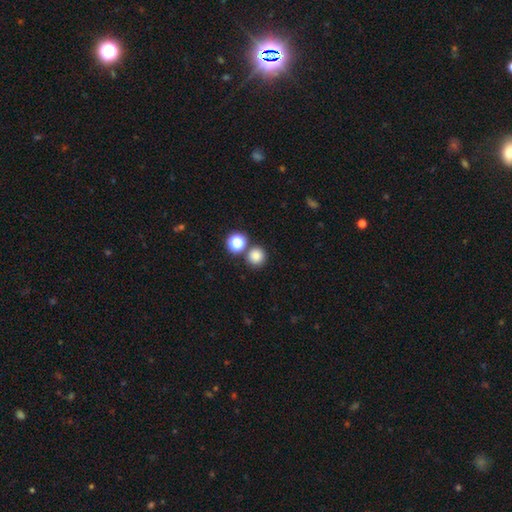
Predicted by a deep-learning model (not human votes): Smooth or featured? Predicted: smooth (p=0.81). How rounded? Predicted: round (p=0.93). Merging? Predicted: none (p=0.76).